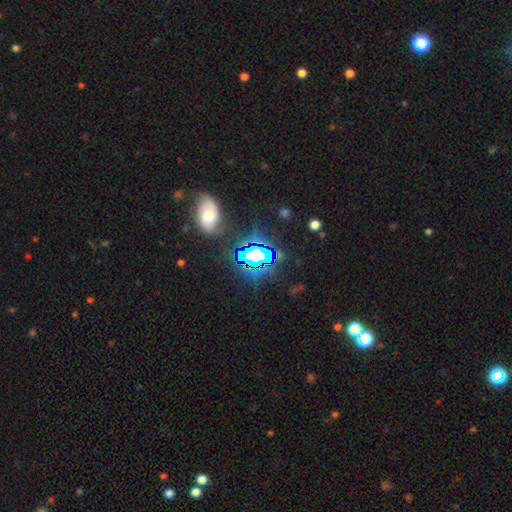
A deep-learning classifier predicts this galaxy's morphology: Q: Smooth or featured?
A: star or artifact (66%); runner-up: smooth (19%)